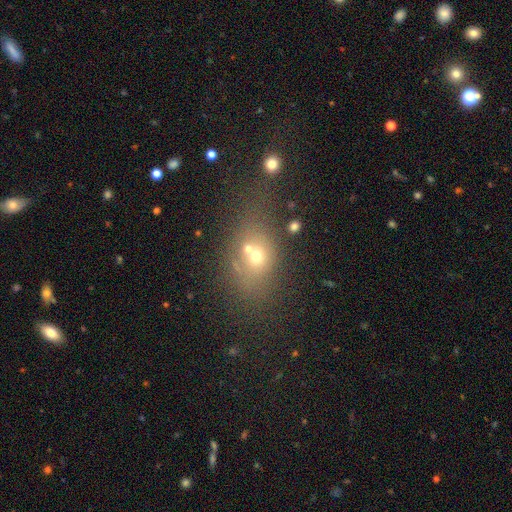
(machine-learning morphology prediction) Smooth or featured?
  - smooth: 57% *
  - featured or disk: 23%
  - star or artifact: 20%
How rounded?
  - in between: 54% *
  - round: 44%
  - cigar-shaped: 2%
Merging?
  - merger: 40% *
  - none: 38%
  - minor disturbance: 13%
  - major disturbance: 9%